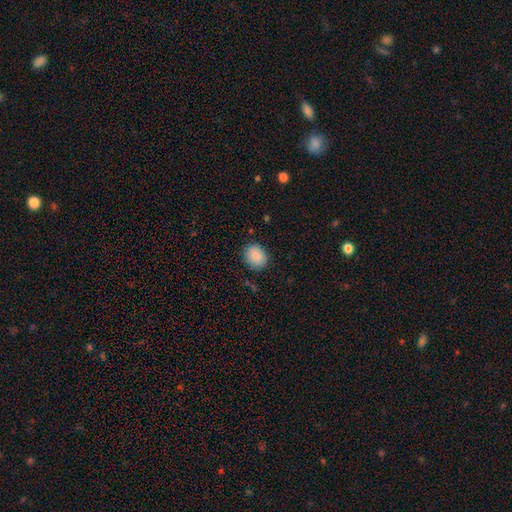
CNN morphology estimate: Overall: smooth (87%). How rounded: round (58%; in between 42%). Merging: none (84%).